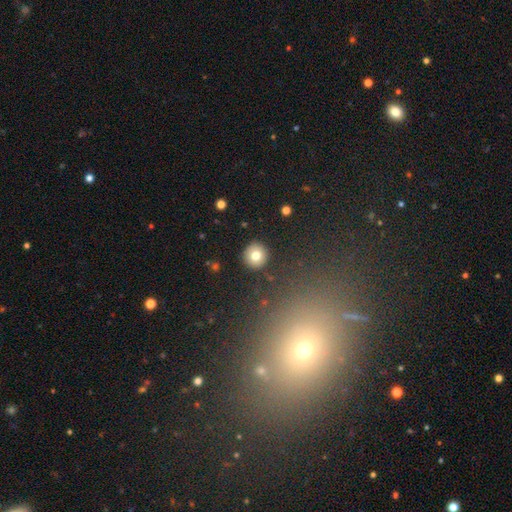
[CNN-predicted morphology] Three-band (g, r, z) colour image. It shows a smooth galaxy with no disk features (79%) that is round (94%). Merging: none (91%).